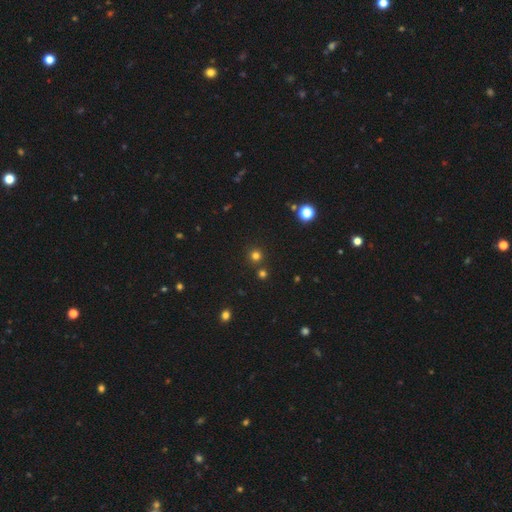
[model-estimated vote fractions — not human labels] Smooth or featured? Predicted: smooth (p=0.72). How rounded? Predicted: round (p=0.94). Merging? Predicted: none (p=0.83).